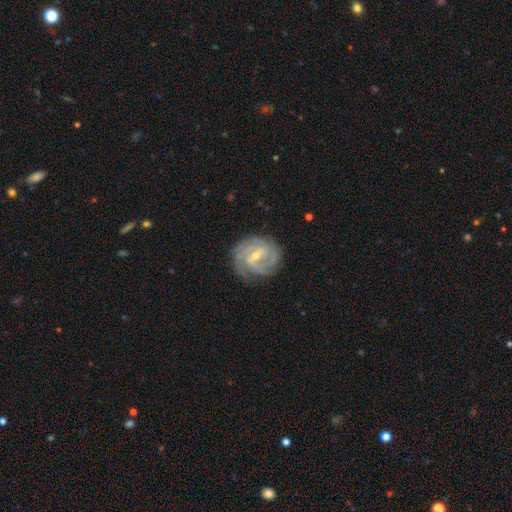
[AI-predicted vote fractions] smooth-or-featured: featured or disk: 86% | smooth: 8% | star or artifact: 6%
  disk-edge-on: no: 97% | yes: 3%
    bar: weak: 52% | strong: 30% | no: 17%
    has-spiral-arms: yes: 96% | no: 4%
      spiral-winding: tight: 61% | medium: 32% | loose: 7%
      spiral-arm-count: 2: 32% | 3: 25% | can't tell: 23% | 4: 10% | 1: 5% | more than 4: 5%
    bulge-size: small: 59% | moderate: 38% | none: 2% | large: 1% | dominant: 1%
  merging: none: 78% | minor disturbance: 15% | major disturbance: 5% | merger: 1%